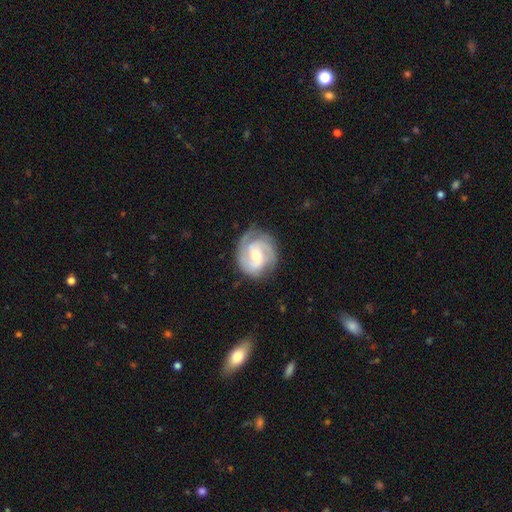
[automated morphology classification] type=featured or disk (86%); edge-on=no (98%); bar=weak (47%); spiral arms=yes (97%); winding=tight (48%); arm count=2 (58%); bulge=moderate (63%); merging=none (77%).